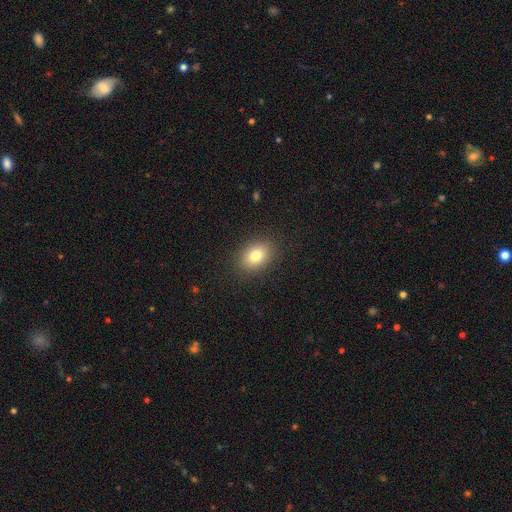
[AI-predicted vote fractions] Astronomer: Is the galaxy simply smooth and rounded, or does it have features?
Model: smooth — 80%.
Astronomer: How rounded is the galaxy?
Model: in between — 72%.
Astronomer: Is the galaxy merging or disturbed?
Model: none — 88%.